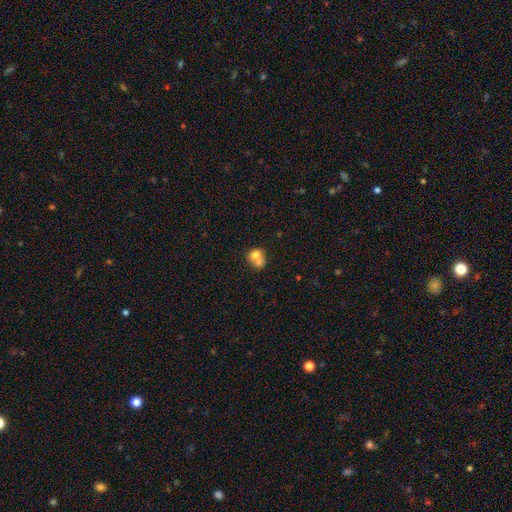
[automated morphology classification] The model was most divided on "how rounded": round: 69%, in between: 31%, cigar-shaped: 1%. More confident: smooth or featured — smooth (69%); merging — merger (65%).